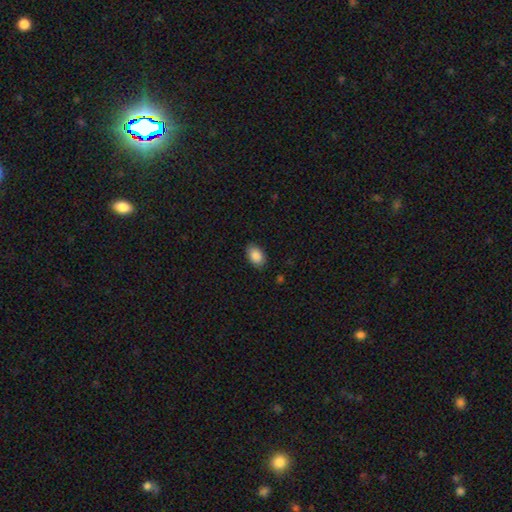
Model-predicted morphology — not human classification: Smooth or featured? smooth (88%)
How rounded? in between (89%)
Merging? none (83%)